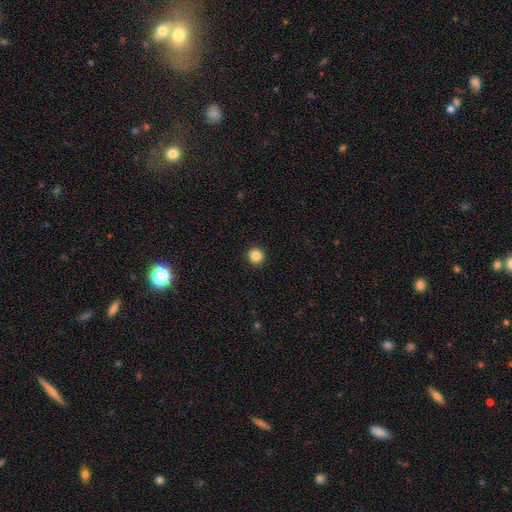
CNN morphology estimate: This is clearly a smooth galaxy (84%). How rounded: clearly round (96%). Merging: clearly none (94%).